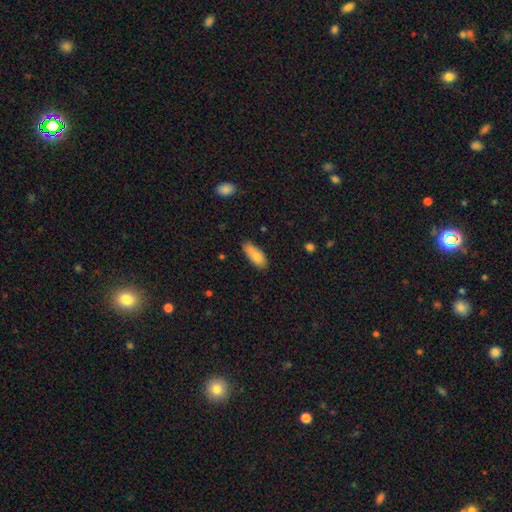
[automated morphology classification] This is likely a smooth galaxy (80%). How rounded: clearly in between (81%). Merging: likely none (66%).